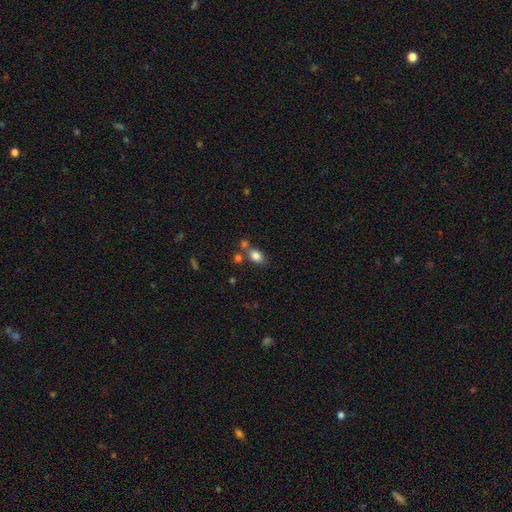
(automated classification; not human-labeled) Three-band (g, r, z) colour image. It shows a smooth galaxy with no disk features (82%) that is in between round and cigar-shaped (79%). Merging: none (56%).